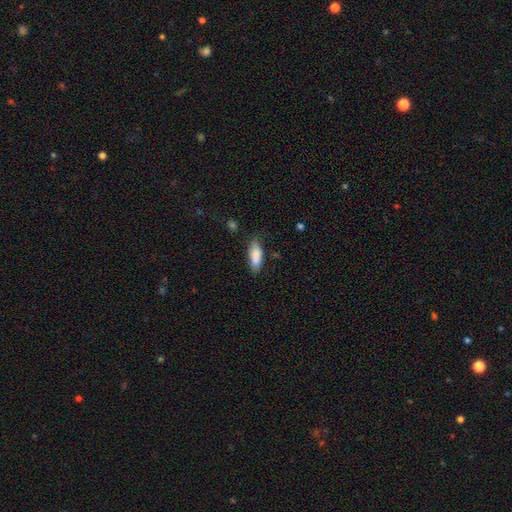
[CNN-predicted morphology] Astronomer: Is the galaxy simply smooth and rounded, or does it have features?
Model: smooth — 86%.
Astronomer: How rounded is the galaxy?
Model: in between — 68%.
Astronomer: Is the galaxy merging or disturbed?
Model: none — 71%.